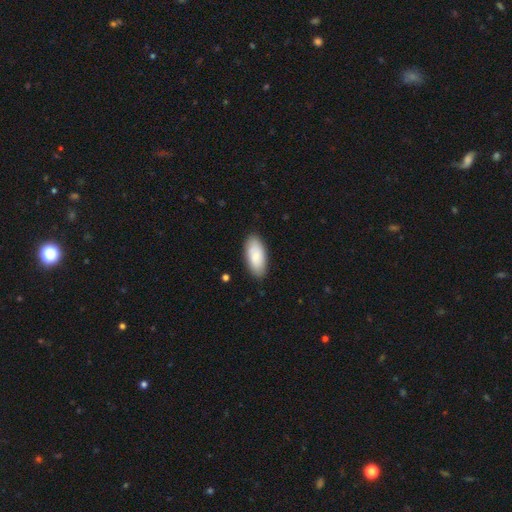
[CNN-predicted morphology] Smooth or featured?
  - smooth: 85% *
  - featured or disk: 9%
  - star or artifact: 5%
How rounded?
  - in between: 90% *
  - cigar-shaped: 9%
  - round: 2%
Merging?
  - none: 86% *
  - minor disturbance: 11%
  - major disturbance: 2%
  - merger: 1%